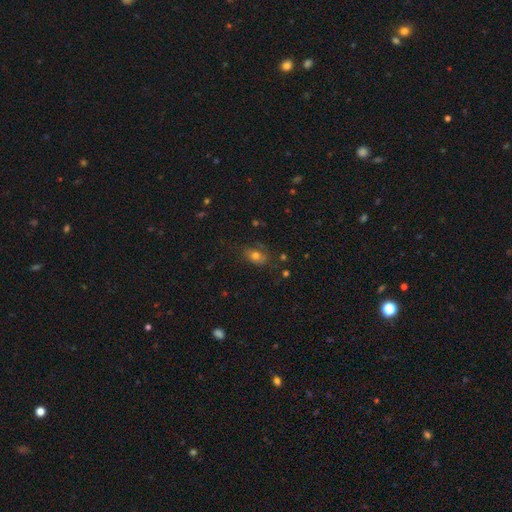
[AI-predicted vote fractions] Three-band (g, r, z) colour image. It shows a smooth galaxy with no disk features (70%) that is in between round and cigar-shaped (74%). Merging: none (65%).